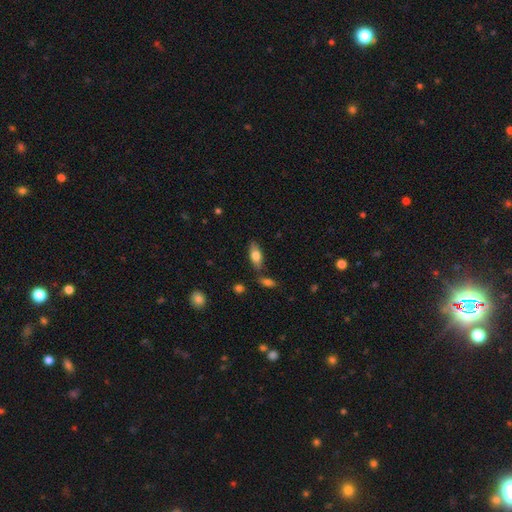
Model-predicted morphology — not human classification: Q: Smooth or featured?
A: smooth (76%); runner-up: featured or disk (17%)
Q: How rounded?
A: in between (83%); runner-up: cigar-shaped (14%)
Q: Merging?
A: none (75%); runner-up: minor disturbance (14%)